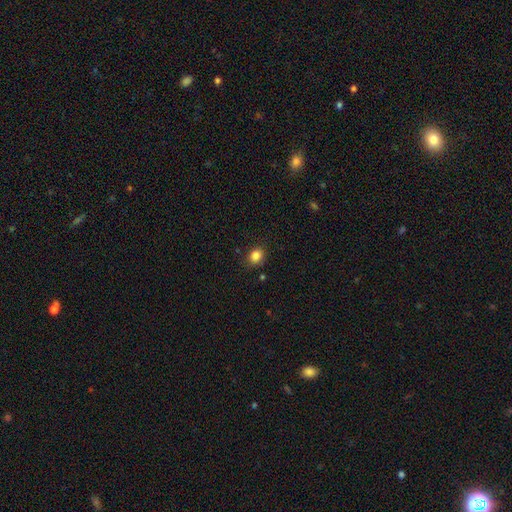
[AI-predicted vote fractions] A smooth galaxy with no disk features (84%) that is round (55%). Merging: none (84%).